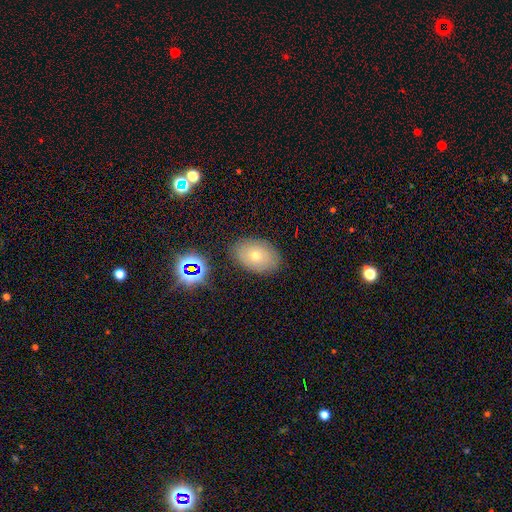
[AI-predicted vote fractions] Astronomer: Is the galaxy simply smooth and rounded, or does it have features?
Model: smooth — 65%.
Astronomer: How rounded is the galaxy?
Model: in between — 83%.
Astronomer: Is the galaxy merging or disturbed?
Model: none — 85%.